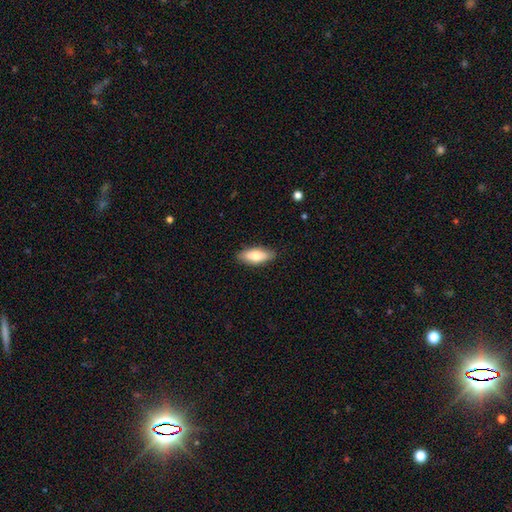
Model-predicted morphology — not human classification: Overall: smooth (78%). How rounded: in between (76%). Merging: none (86%).